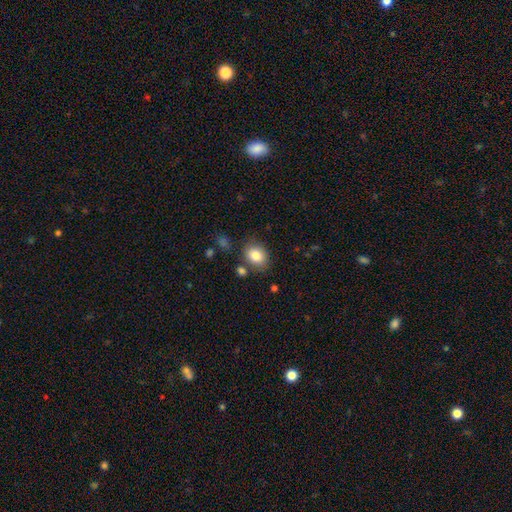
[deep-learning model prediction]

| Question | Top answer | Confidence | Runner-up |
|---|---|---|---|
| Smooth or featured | smooth | 83% | star or artifact (9%) |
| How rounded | in between | 59% | round (40%) |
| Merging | none | 77% | minor disturbance (13%) |